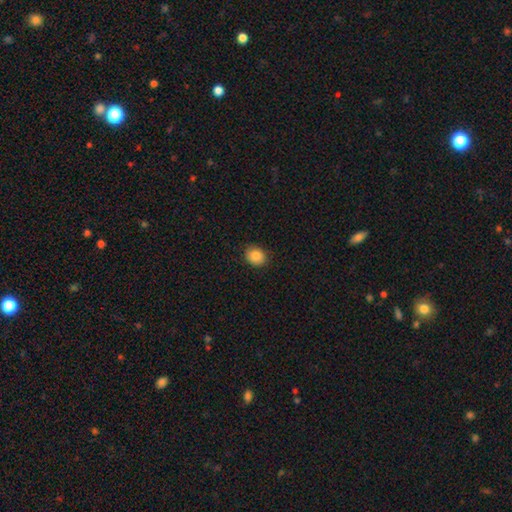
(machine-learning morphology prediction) A smooth galaxy with no disk features (86%) that is round (59%). Merging: none (88%).